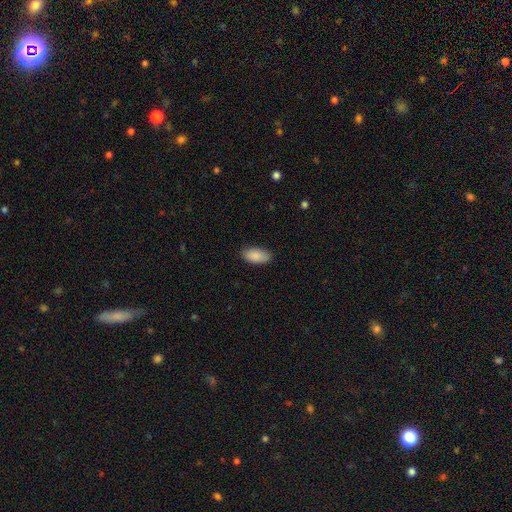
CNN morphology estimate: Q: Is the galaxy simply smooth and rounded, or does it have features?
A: smooth — 89%.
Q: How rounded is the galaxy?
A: in between — 94%.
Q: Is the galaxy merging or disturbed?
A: none — 87%.